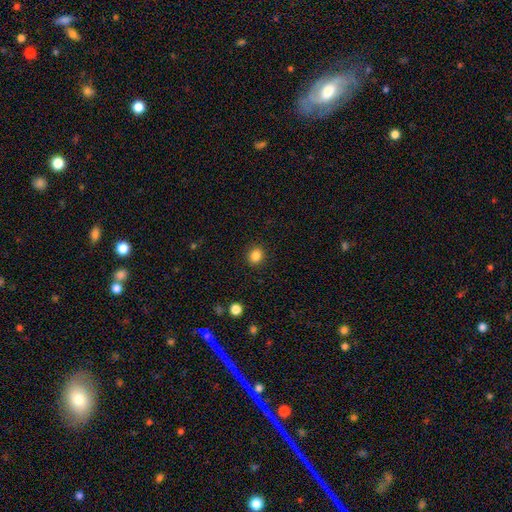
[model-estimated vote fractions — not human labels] smooth_or_featured: smooth (p=0.85) [alt: star or artifact p=0.11]
how_rounded: round (p=0.81) [alt: in between p=0.18]
merging: none (p=0.91) [alt: minor disturbance p=0.06]